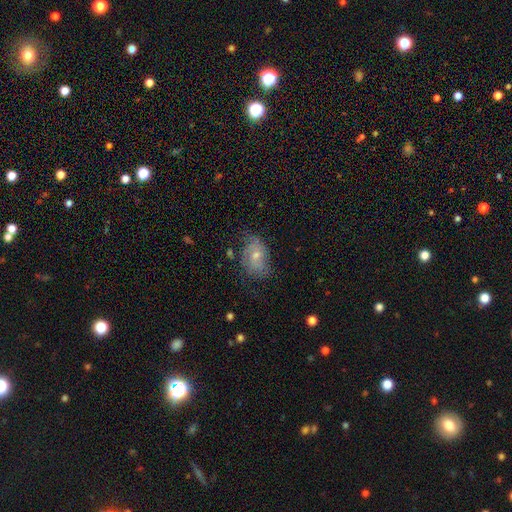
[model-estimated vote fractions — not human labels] This is possibly a featured or disk galaxy (47%). Merging: possibly none (55%).